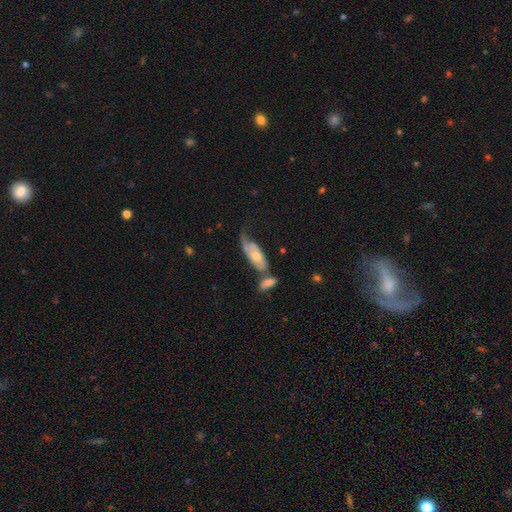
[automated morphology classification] A featured or disk galaxy (51%). Merging: merger (33%).